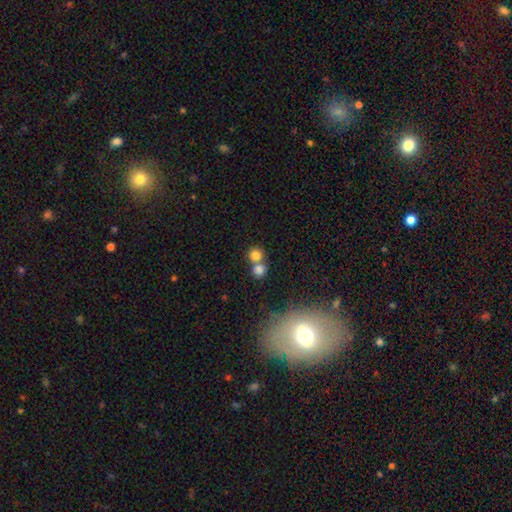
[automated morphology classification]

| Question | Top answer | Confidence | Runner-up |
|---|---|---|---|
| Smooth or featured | smooth | 79% | star or artifact (13%) |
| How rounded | round | 88% | in between (11%) |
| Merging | none | 48% | merger (43%) |